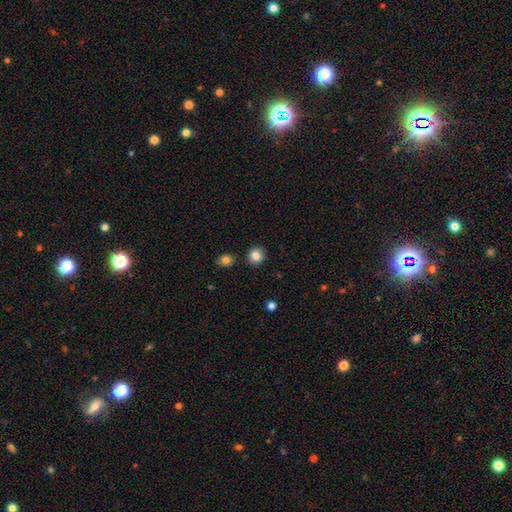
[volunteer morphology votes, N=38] smooth-or-featured: smooth: 92% | star or artifact: 5% | featured or disk: 3%
  how-rounded: round: 91% | in between: 9% | cigar-shaped: 0%
  merging: none: 92% | minor disturbance: 8% | major disturbance: 0% | merger: 0%